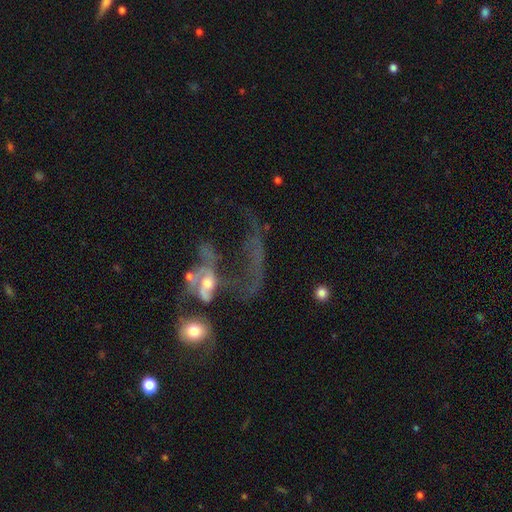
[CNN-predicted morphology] A featured or disk galaxy (59%) with no bar (71%), no spiral arms (50%, tied with yes) and a small central bulge (36%). Merging: merger (43%).